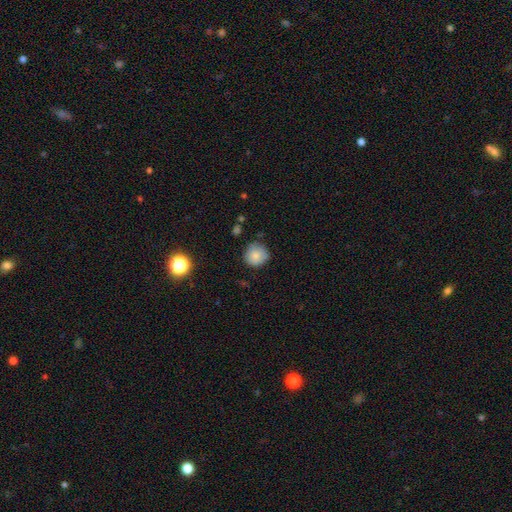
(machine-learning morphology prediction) This is clearly a smooth galaxy (83%). How rounded: clearly round (92%). Merging: likely none (78%).